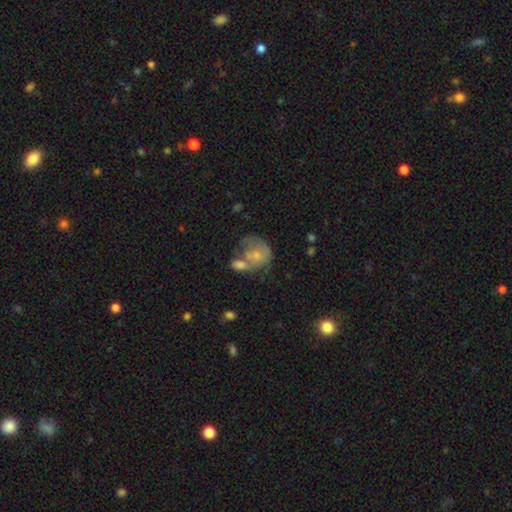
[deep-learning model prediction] Smooth or featured: smooth — 58% (featured or disk — 34%)
How rounded: round — 57% (in between — 42%)
Merging: merger — 49% (none — 19%)